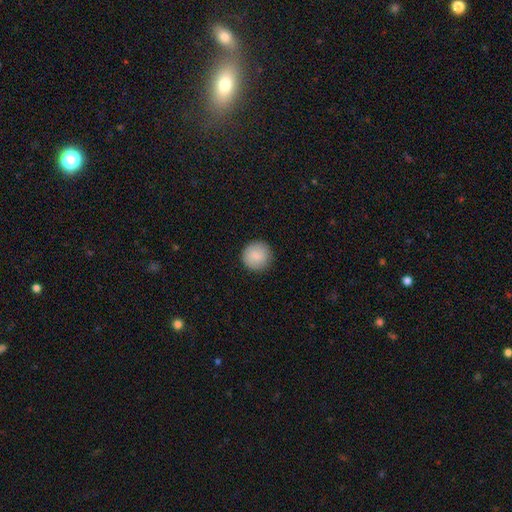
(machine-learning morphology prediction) Smooth or featured? Predicted: smooth (p=0.87). How rounded? Predicted: round (p=0.95). Merging? Predicted: none (p=0.90).